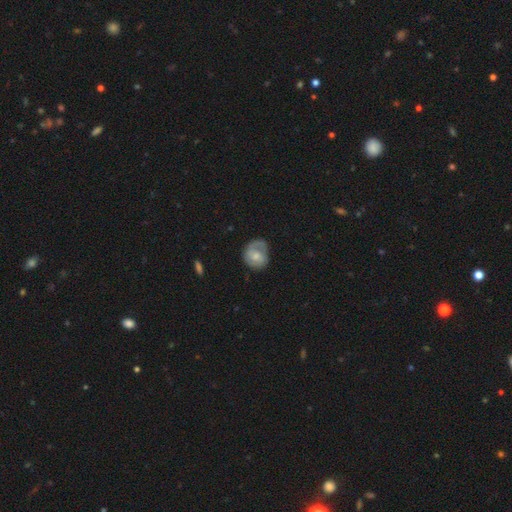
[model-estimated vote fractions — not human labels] Smooth or featured: featured or disk — 47% (smooth — 46%)
Merging: none — 52% (minor disturbance — 29%)